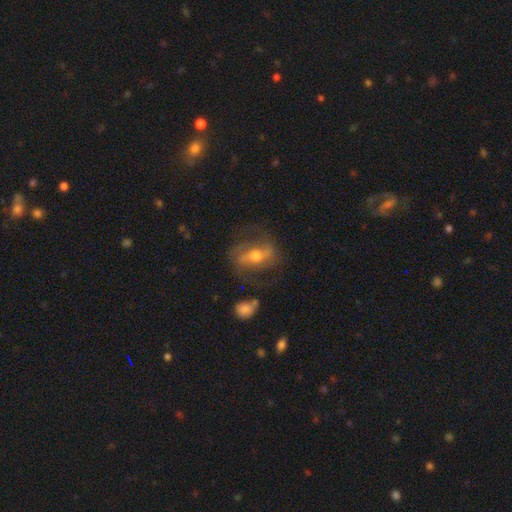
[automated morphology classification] This appears to be a featured or disk galaxy (71%) with a strong bar (53%), spiral arms (75%) and a moderate central bulge (69%). Merging: none (66%).